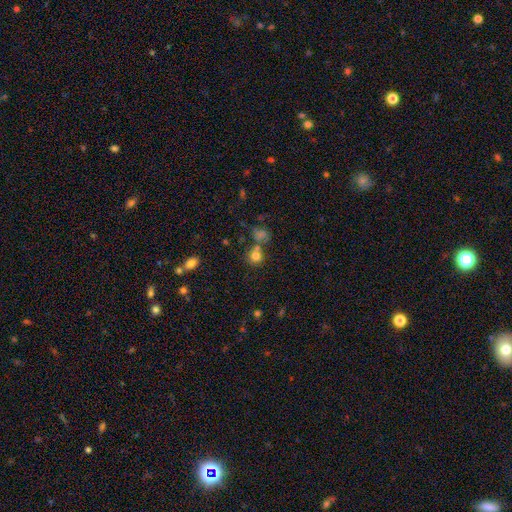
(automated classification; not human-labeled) Smooth or featured?
  - smooth: 76% *
  - star or artifact: 14%
  - featured or disk: 9%
How rounded?
  - round: 81% *
  - in between: 18%
  - cigar-shaped: 1%
Merging?
  - none: 55% *
  - merger: 28%
  - minor disturbance: 11%
  - major disturbance: 6%